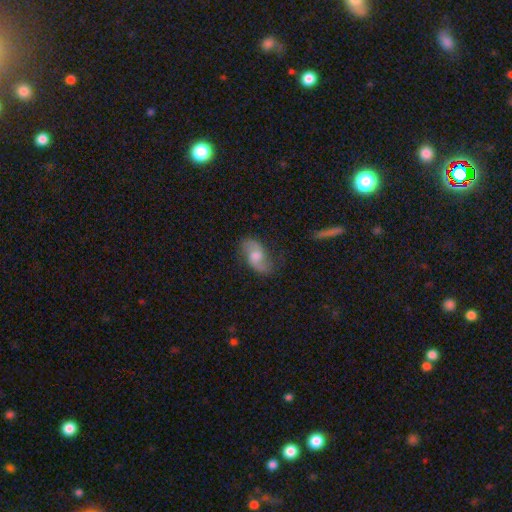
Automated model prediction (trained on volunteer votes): Morphology: type=featured or disk (60%); edge-on=no (94%); bar=no (53%); spiral arms=yes (89%); winding=loose (59%); arm count=2 (88%); bulge=moderate (55%); merging=none (71%).